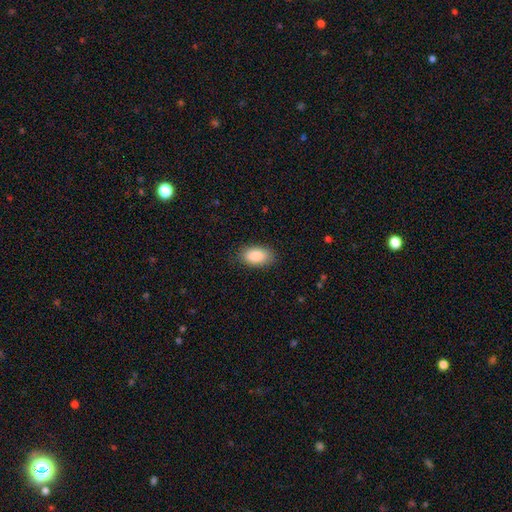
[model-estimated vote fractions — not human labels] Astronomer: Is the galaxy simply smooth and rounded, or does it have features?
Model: smooth — 88%.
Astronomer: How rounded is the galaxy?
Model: in between — 94%.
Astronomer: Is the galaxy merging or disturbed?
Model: none — 85%.